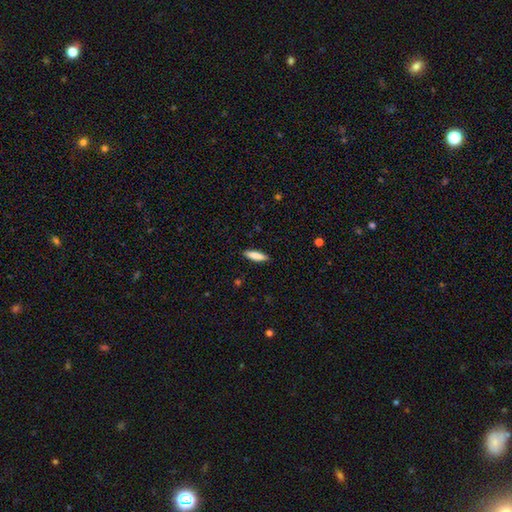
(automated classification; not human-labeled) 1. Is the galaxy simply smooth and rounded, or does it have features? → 85% smooth, 9% featured or disk, 6% star or artifact.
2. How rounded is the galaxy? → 65% cigar-shaped, 34% in between, 2% round.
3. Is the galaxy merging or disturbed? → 89% none, 8% minor disturbance, 2% major disturbance, 1% merger.